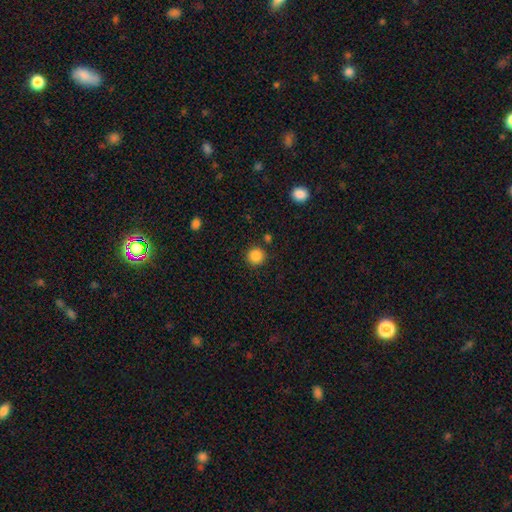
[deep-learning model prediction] Smooth or featured? smooth (86%)
How rounded? round (94%)
Merging? none (87%)